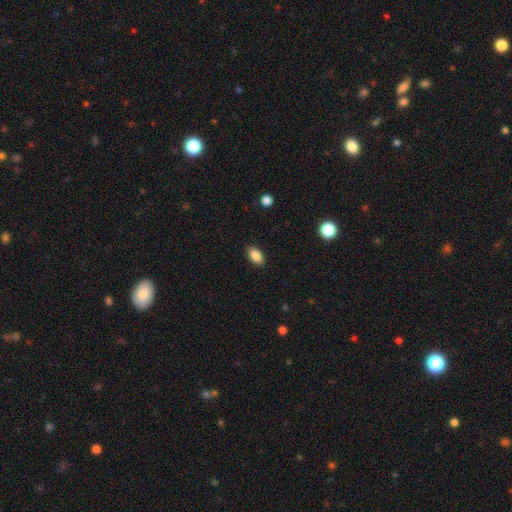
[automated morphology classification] A smooth galaxy with no disk features (88%) that is in between round and cigar-shaped (91%).

Vote fractions:
- Smooth or featured? smooth: 88% / star or artifact: 8% / featured or disk: 4%
- How rounded? in between: 91% / round: 7% / cigar-shaped: 2%
- Merging? none: 89% / minor disturbance: 8% / major disturbance: 2% / merger: 1%